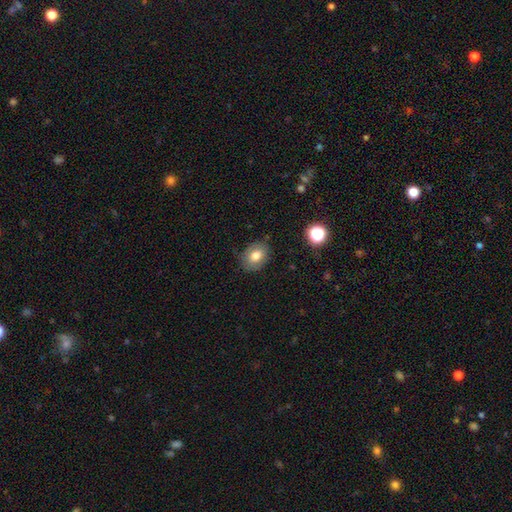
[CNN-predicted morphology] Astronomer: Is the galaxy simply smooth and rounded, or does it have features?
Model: smooth — 76%.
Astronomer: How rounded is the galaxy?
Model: in between — 65%.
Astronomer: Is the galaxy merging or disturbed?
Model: none — 79%.